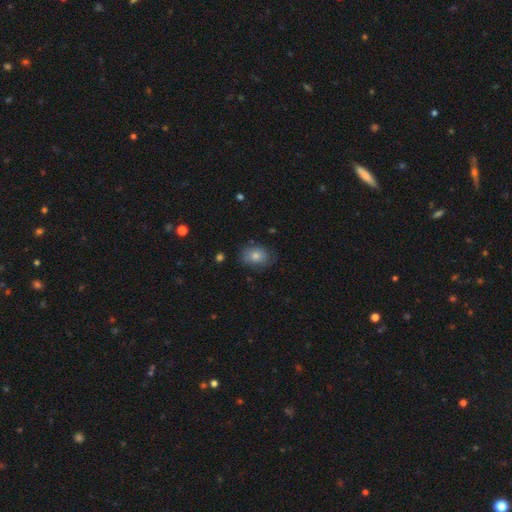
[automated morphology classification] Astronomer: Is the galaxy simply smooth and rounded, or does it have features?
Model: smooth — 70%.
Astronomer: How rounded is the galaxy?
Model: in between — 60% (runner-up: round, 39%).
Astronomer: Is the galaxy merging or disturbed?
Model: none — 76%.